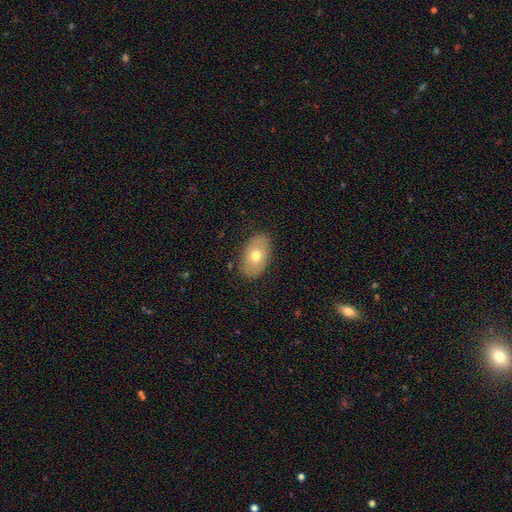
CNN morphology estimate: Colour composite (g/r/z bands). It shows a smooth galaxy with no disk features (65%) that is in between round and cigar-shaped (90%). Merging: none (83%).